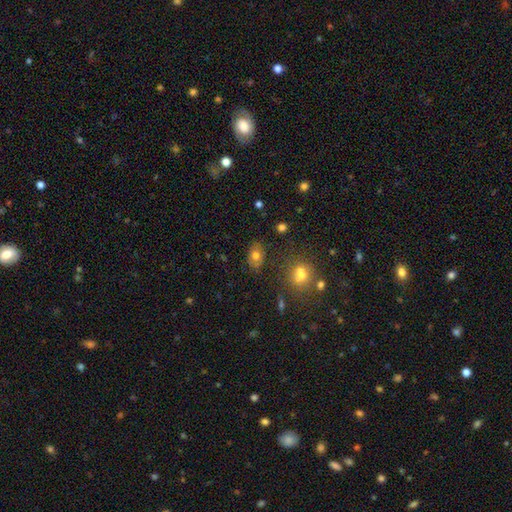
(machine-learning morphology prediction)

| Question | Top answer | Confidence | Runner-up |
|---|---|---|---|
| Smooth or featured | smooth | 73% | featured or disk (14%) |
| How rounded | in between | 75% | round (24%) |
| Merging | none | 79% | minor disturbance (13%) |